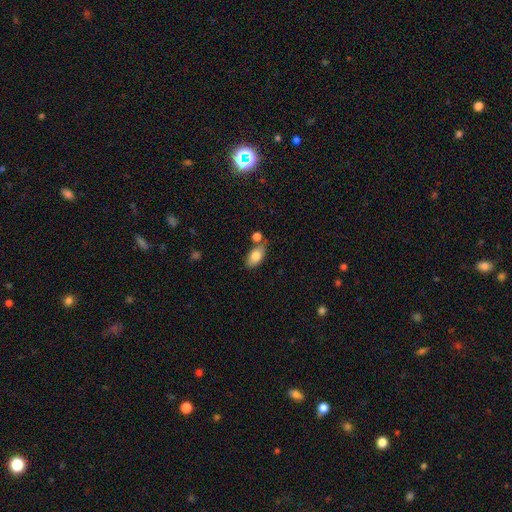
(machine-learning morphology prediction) A smooth galaxy with no disk features (80%) that is in between round and cigar-shaped (91%). Merging: none (64%).